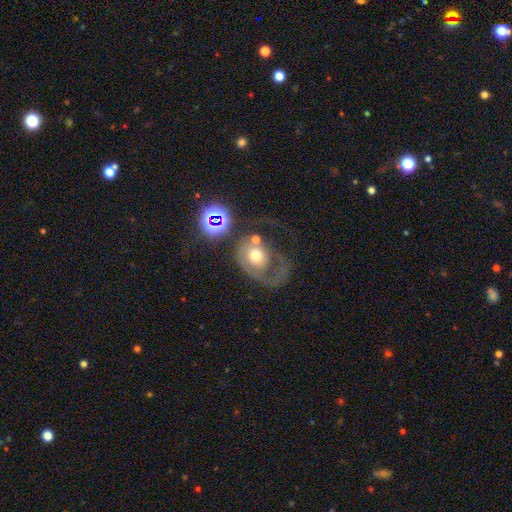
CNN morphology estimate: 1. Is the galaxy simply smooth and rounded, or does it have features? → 47% featured or disk, 41% smooth, 12% star or artifact.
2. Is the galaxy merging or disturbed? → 48% major disturbance, 23% none, 15% minor disturbance, 14% merger.